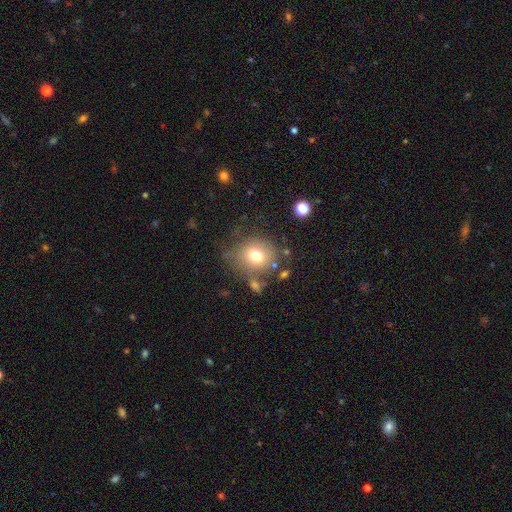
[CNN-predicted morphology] The model was most divided on "merging": none: 66%, minor disturbance: 18%, major disturbance: 9%, merger: 7%. More confident: how rounded — round (79%); smooth or featured — smooth (72%).